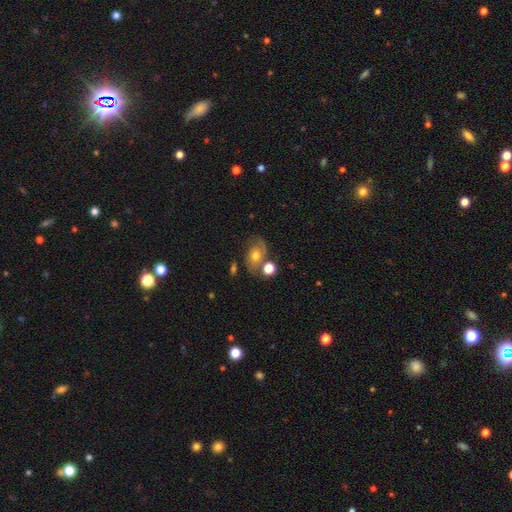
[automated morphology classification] Overall: featured or disk (56%; smooth 33%). Edge-on disk: no (96%). Bar: no (77%). Spiral arms: yes (81%). Bulge size: moderate (64%). Merging: none (57%; minor disturbance 19%).